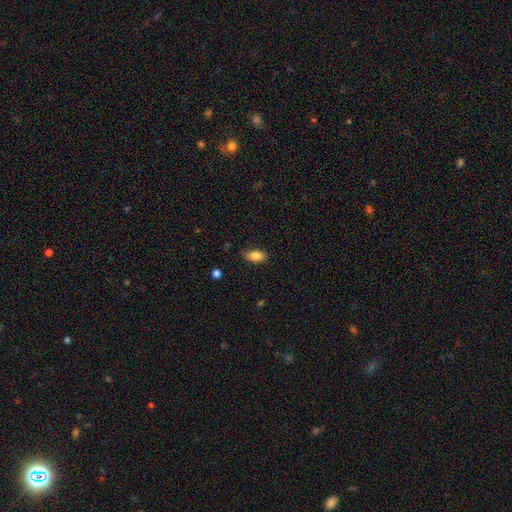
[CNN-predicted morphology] Smooth or featured? smooth (85%)
How rounded? in between (88%)
Merging? none (78%)